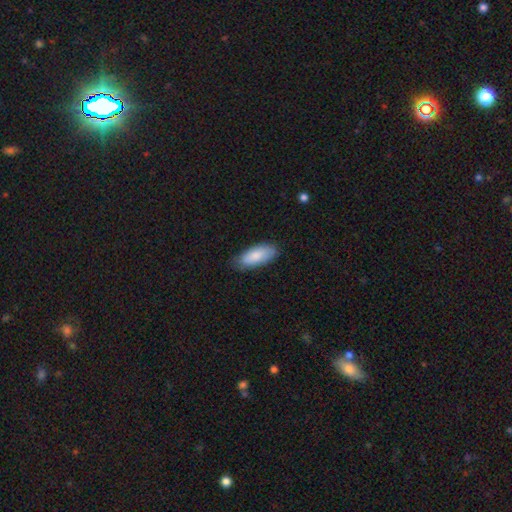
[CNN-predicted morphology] Q: Smooth or featured?
A: smooth (83%); runner-up: featured or disk (12%)
Q: How rounded?
A: in between (84%); runner-up: cigar-shaped (14%)
Q: Merging?
A: none (78%); runner-up: minor disturbance (18%)